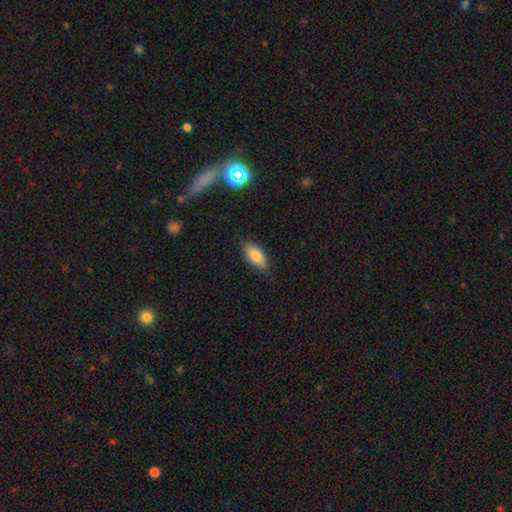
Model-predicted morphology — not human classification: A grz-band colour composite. It shows a smooth galaxy with no disk features (80%) that is in between round and cigar-shaped (88%). Merging: none (83%).